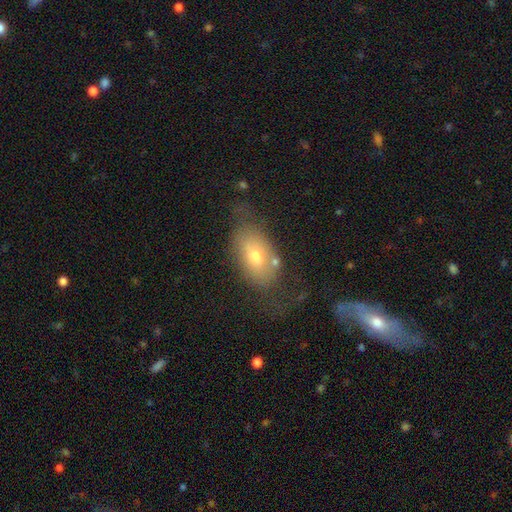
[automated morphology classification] This appears to be a smooth galaxy with no disk features (62%) that is in between round and cigar-shaped (89%). Merging: none (52%).